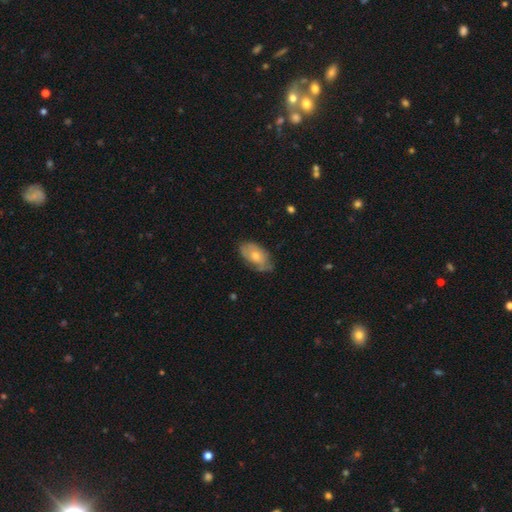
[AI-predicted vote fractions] smooth-or-featured: smooth: 61% | featured or disk: 33% | star or artifact: 6%
  how-rounded: in between: 92% | round: 5% | cigar-shaped: 2%
  merging: none: 61% | minor disturbance: 30% | major disturbance: 7% | merger: 2%